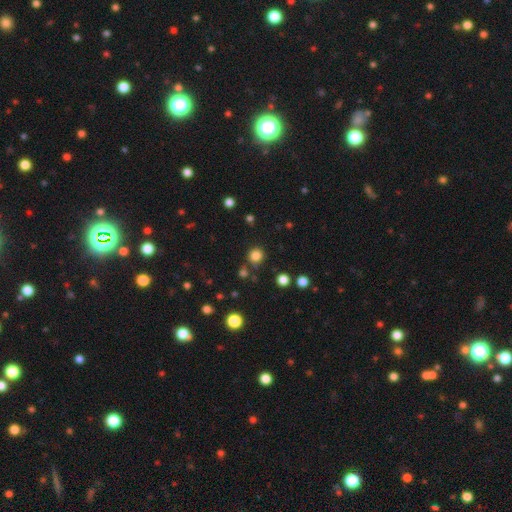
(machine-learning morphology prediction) Smooth or featured? Predicted: smooth (p=0.82). How rounded? Predicted: round (p=0.92). Merging? Predicted: none (p=0.82).